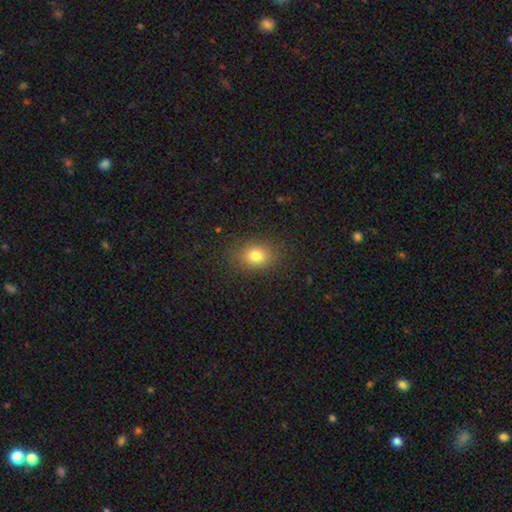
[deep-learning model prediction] smooth-or-featured: smooth: 79% | star or artifact: 13% | featured or disk: 8%
  how-rounded: in between: 54% | round: 45% | cigar-shaped: 1%
  merging: none: 86% | minor disturbance: 9% | major disturbance: 3% | merger: 1%